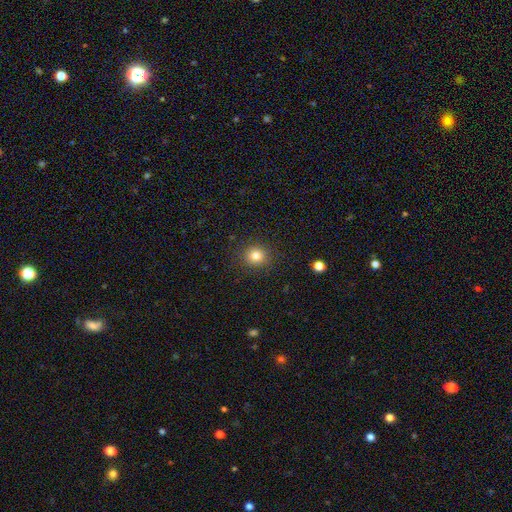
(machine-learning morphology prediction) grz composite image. It shows a smooth galaxy with no disk features (82%) that is round (88%). Merging: none (90%).